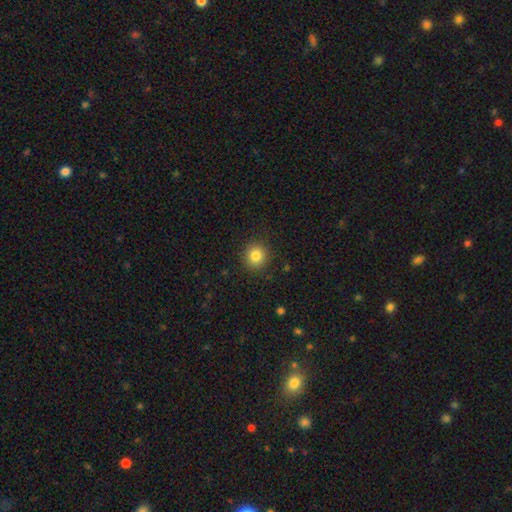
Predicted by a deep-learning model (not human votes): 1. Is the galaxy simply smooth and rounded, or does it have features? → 82% smooth, 11% star or artifact, 6% featured or disk.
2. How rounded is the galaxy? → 89% round, 10% in between, 1% cigar-shaped.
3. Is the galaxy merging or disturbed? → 90% none, 7% minor disturbance, 2% major disturbance, 1% merger.